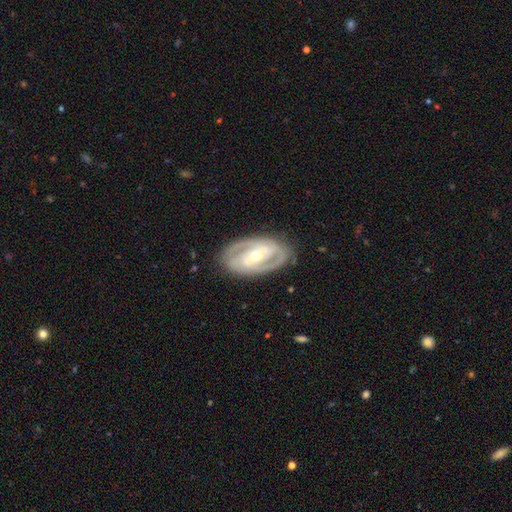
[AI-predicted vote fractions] This is clearly a featured or disk galaxy (85%). It is clearly not viewed edge-on (95%). Bar: marginally strong (42%). Spiral arm pattern: clearly yes (89%). Spiral arm count: clearly 2 (80%). Spiral winding: possibly tight (48%). Central bulge: possibly moderate (53%). Merging: clearly none (83%).